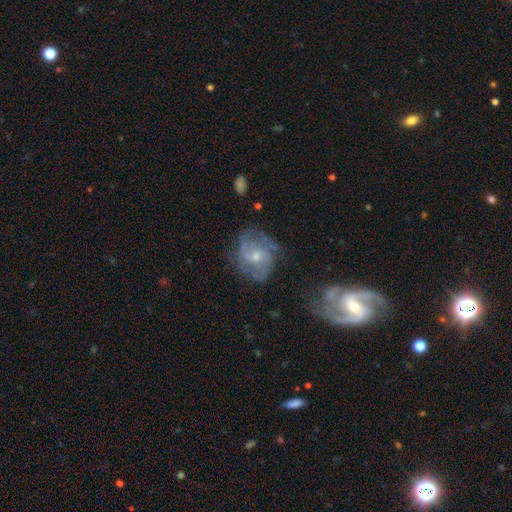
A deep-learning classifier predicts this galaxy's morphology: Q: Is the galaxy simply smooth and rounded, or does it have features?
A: featured or disk — 74%.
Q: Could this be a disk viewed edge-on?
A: no — 97%.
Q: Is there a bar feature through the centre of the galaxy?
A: no — 63%.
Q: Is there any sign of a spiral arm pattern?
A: yes — 87%.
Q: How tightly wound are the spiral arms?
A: medium — 46%.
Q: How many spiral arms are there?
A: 2 — 41%.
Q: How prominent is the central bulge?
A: small — 54%.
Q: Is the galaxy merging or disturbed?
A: none — 60%.